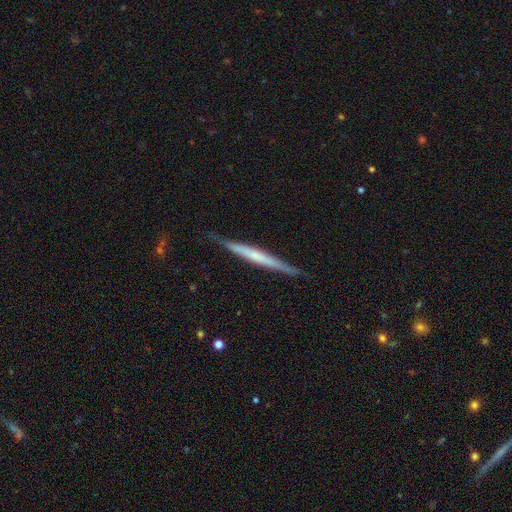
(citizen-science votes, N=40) smooth-or-featured: featured or disk: 75% | smooth: 20% | star or artifact: 5%
  disk-edge-on: yes: 93% | no: 7%
    edge-on-bulge: rounded: 46% | none: 39% | boxy: 14%
  merging: none: 82% | minor disturbance: 16% | major disturbance: 3% | merger: 0%